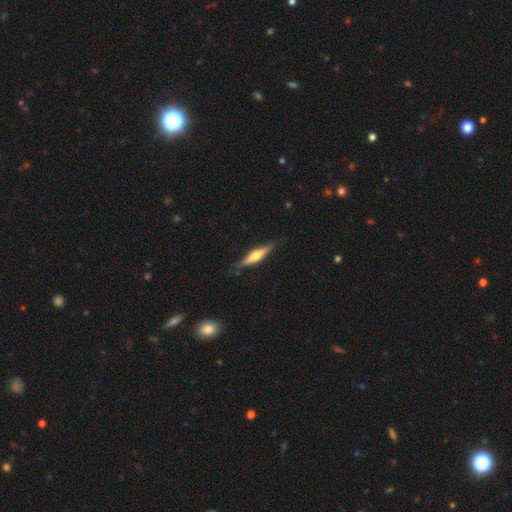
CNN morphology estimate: This appears to be a featured or disk galaxy (59%) viewed edge-on (96%) with a rounded central bulge (90%). Merging: none (84%).